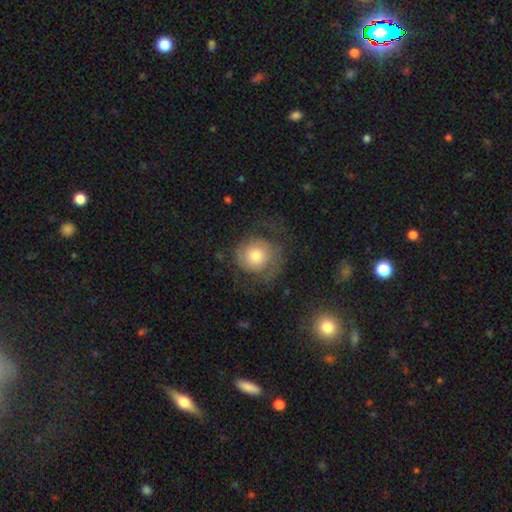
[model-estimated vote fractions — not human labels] A smooth galaxy with no disk features (51%) that is round (86%).

Vote fractions:
- Smooth or featured? smooth: 51% / featured or disk: 41% / star or artifact: 8%
- How rounded? round: 86% / in between: 13% / cigar-shaped: 1%
- Merging? none: 55% / major disturbance: 24% / minor disturbance: 20% / merger: 2%